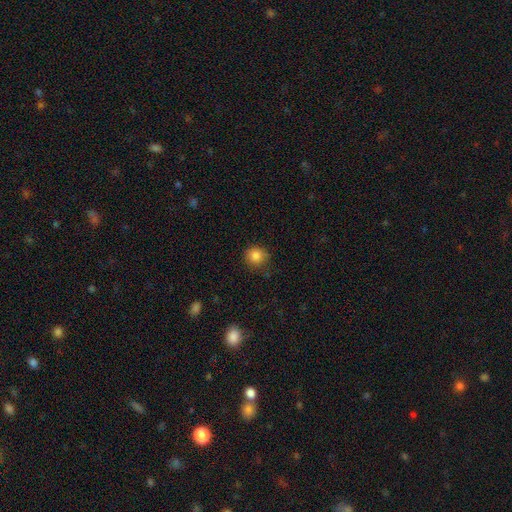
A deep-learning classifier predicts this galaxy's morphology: This is clearly a smooth galaxy (84%). How rounded: clearly round (89%). Merging: clearly none (81%).